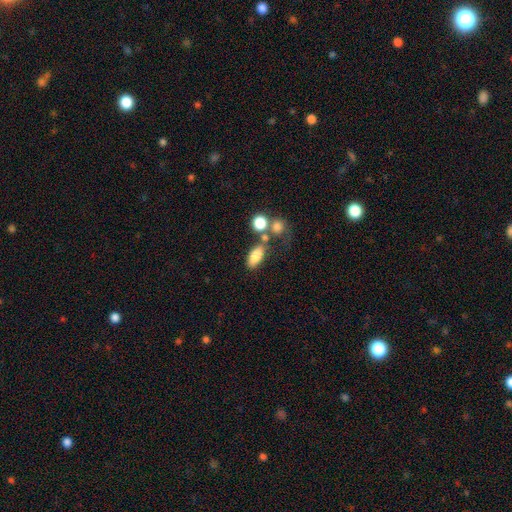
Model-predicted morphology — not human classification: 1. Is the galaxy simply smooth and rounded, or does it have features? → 80% smooth, 11% featured or disk, 9% star or artifact.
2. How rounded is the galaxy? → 82% in between, 9% round, 8% cigar-shaped.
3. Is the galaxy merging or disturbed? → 59% none, 20% merger, 14% minor disturbance, 8% major disturbance.